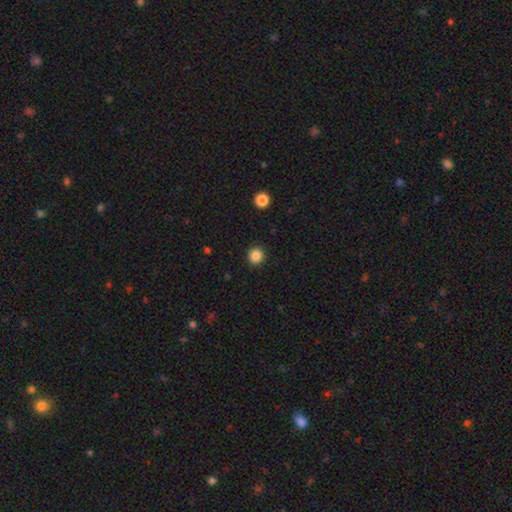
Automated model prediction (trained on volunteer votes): This appears to be a smooth galaxy with no disk features (86%) that is round (93%). Merging: none (92%).